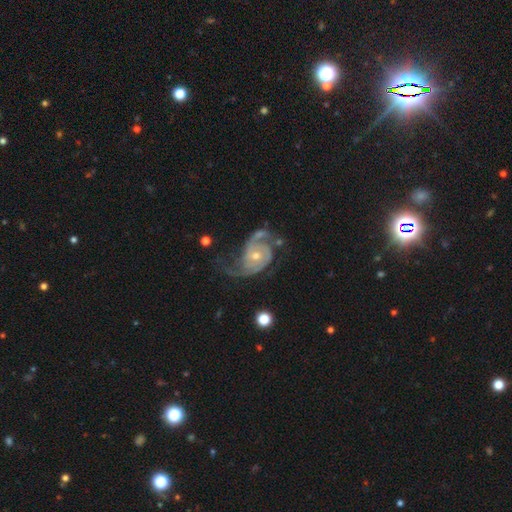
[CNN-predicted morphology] The model was most divided on "bulge size": moderate: 50%, small: 46%, large: 2%, none: 1%, dominant: 1%. Remaining: edge-on disk — no (97%); spiral arms — yes (97%); smooth or featured — featured or disk (90%); spiral arm count — 2 (78%); bar — no (67%); merging — none (54%); spiral winding — medium (46%).